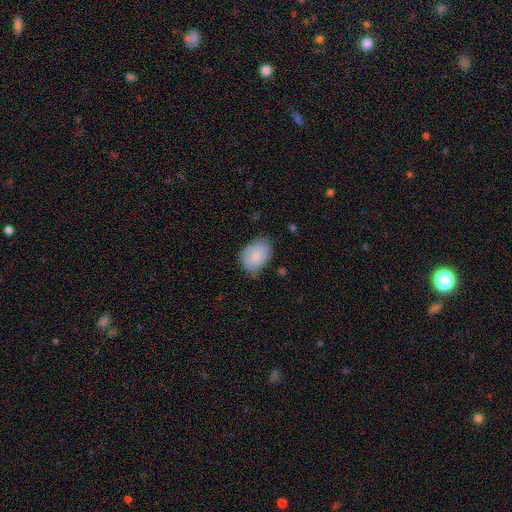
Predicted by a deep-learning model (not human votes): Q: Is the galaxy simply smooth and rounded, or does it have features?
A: smooth — 80%.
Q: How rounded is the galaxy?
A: in between — 80%.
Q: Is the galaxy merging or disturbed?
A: none — 59%.